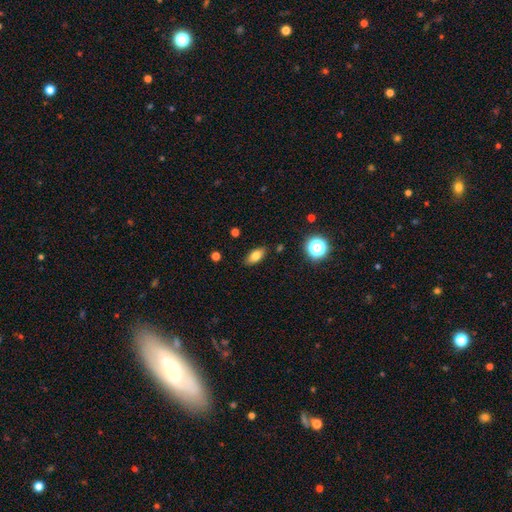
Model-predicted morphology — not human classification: Smooth or featured: smooth — 77% (featured or disk — 13%)
How rounded: in between — 85% (cigar-shaped — 9%)
Merging: none — 86% (minor disturbance — 10%)